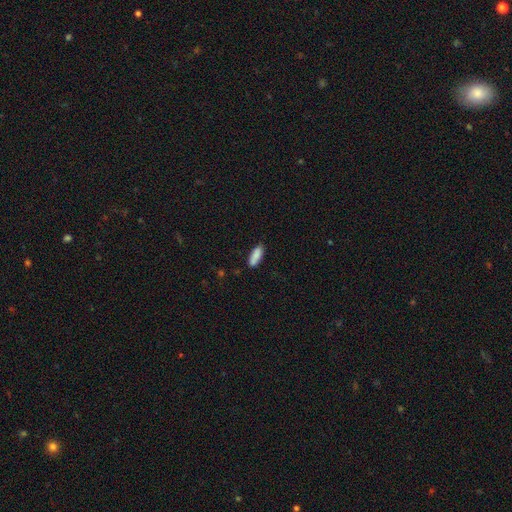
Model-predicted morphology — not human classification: Smooth or featured: smooth — 86% (featured or disk — 7%)
How rounded: in between — 62% (cigar-shaped — 37%)
Merging: none — 77% (minor disturbance — 16%)